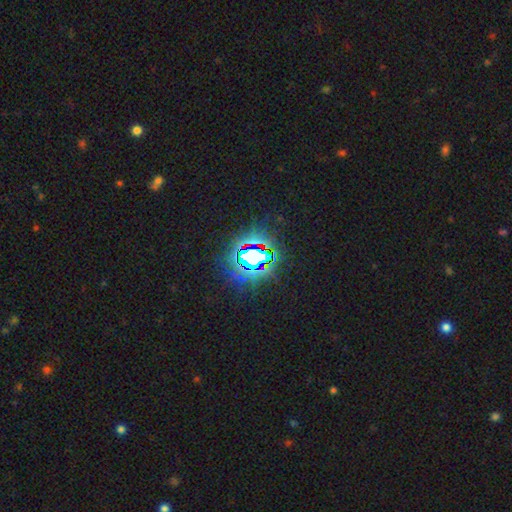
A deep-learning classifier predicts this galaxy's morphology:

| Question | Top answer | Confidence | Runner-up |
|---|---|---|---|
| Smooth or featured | star or artifact | 76% | smooth (13%) |